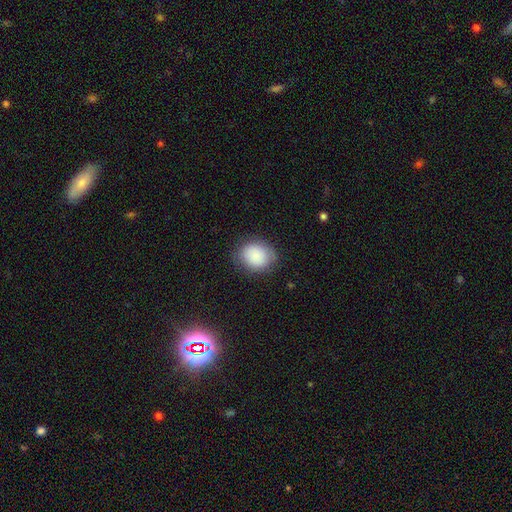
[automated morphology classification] Smooth or featured?
  - smooth: 85% *
  - star or artifact: 8%
  - featured or disk: 7%
How rounded?
  - round: 61% *
  - in between: 38%
  - cigar-shaped: 1%
Merging?
  - none: 80% *
  - minor disturbance: 15%
  - major disturbance: 4%
  - merger: 1%